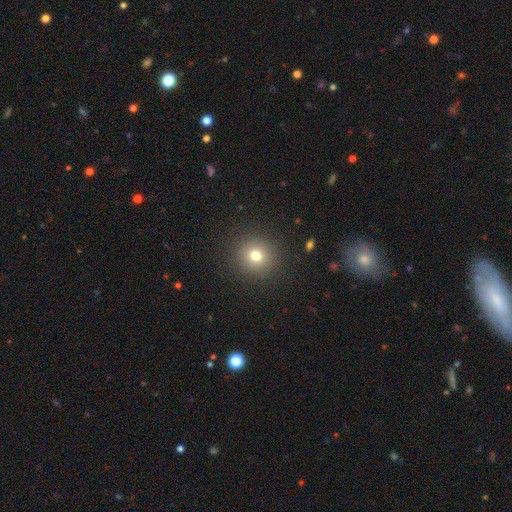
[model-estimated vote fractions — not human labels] Overall: smooth (75%). How rounded: round (93%). Merging: none (90%).